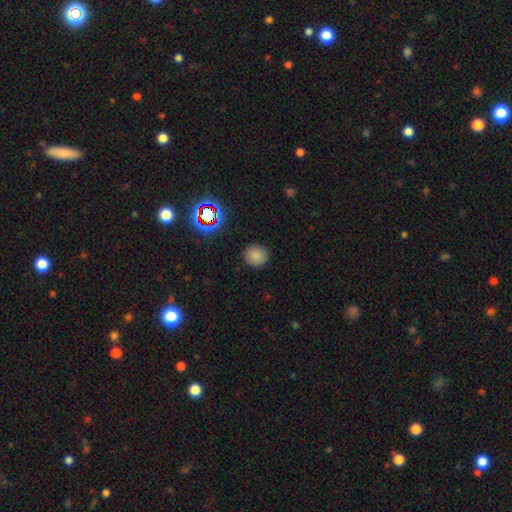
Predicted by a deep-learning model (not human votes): Smooth or featured: smooth — 79% (star or artifact — 15%)
How rounded: round — 91% (in between — 8%)
Merging: none — 89% (minor disturbance — 7%)